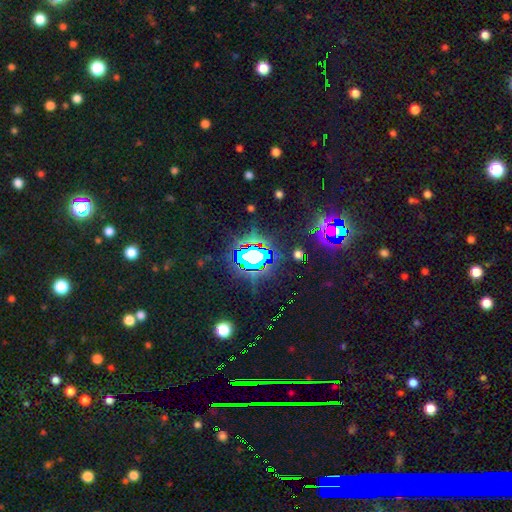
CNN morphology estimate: A star or artifact, not a galaxy (75%).